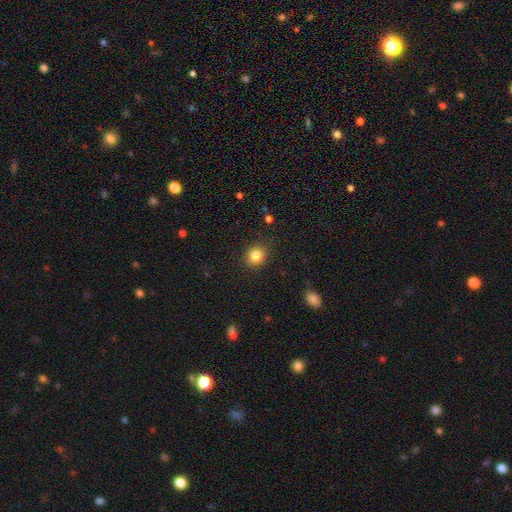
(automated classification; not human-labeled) A smooth galaxy with no disk features (84%) that is round (76%). Merging: none (87%).